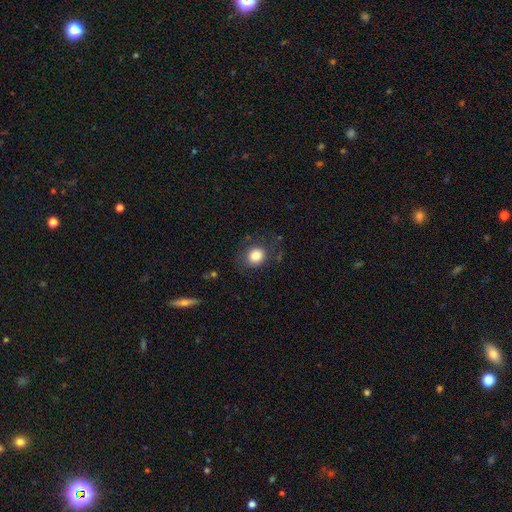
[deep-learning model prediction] A smooth galaxy with no disk features (83%) that is round (73%). Merging: none (77%).